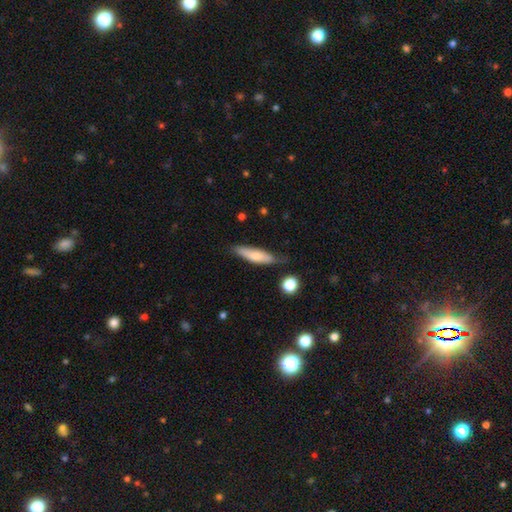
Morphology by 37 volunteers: smooth 68%, featured or disk 30%, star or artifact 3%. Down the decision tree: how rounded — cigar-shaped (56%); merging — none (58%).